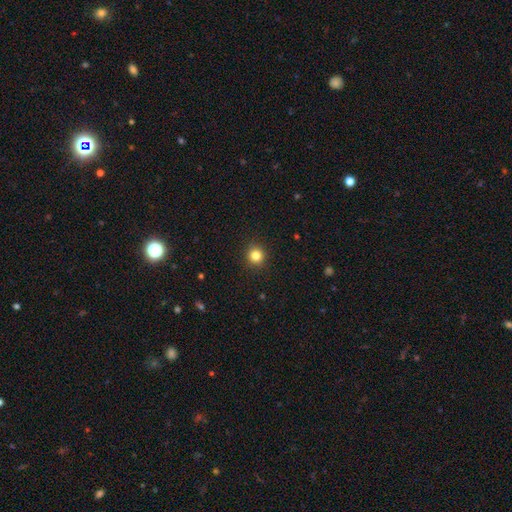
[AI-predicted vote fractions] smooth_or_featured: smooth (p=0.82) [alt: star or artifact p=0.13]
how_rounded: round (p=0.92) [alt: in between p=0.07]
merging: none (p=0.91) [alt: minor disturbance p=0.06]